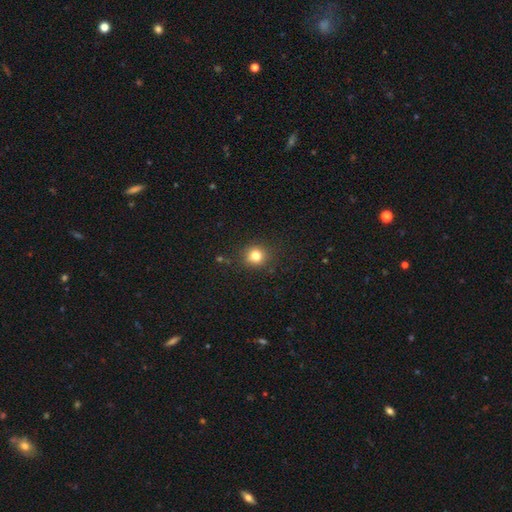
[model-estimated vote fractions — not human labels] Smooth or featured? Predicted: smooth (p=0.80). How rounded? Predicted: round (p=0.89). Merging? Predicted: none (p=0.88).